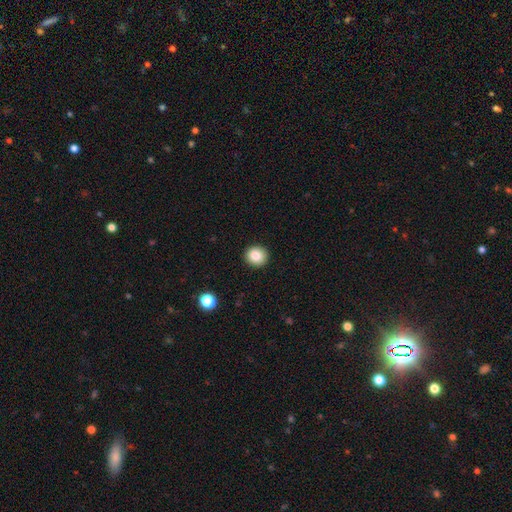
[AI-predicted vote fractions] Overall: smooth (84%). How rounded: round (91%). Merging: none (92%).